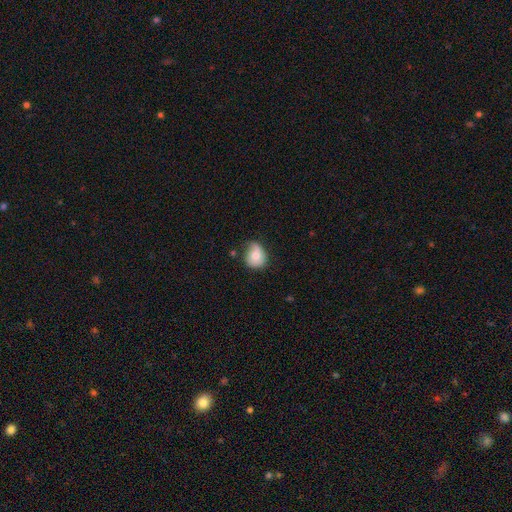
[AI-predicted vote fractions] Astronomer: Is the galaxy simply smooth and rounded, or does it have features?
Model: smooth — 72%.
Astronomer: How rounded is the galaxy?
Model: round — 63%.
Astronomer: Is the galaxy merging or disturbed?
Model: none — 46% (runner-up: minor disturbance, 38%).